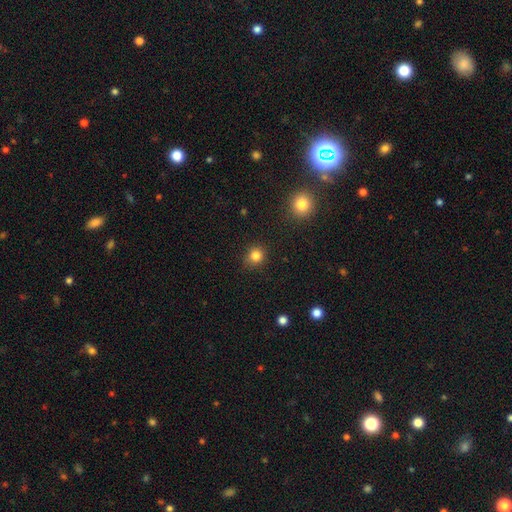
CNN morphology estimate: smooth 82%, star or artifact 13%, featured or disk 4%. Down the decision tree: how rounded — round (86%); merging — none (85%).